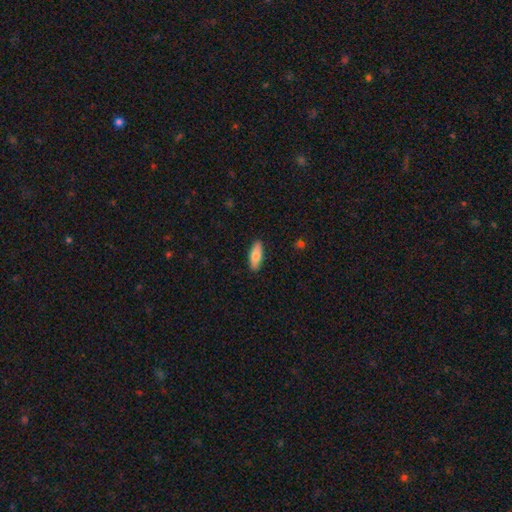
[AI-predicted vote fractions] Smooth or featured? Predicted: smooth (p=0.80). How rounded? Predicted: in between (p=0.64). Merging? Predicted: none (p=0.89).